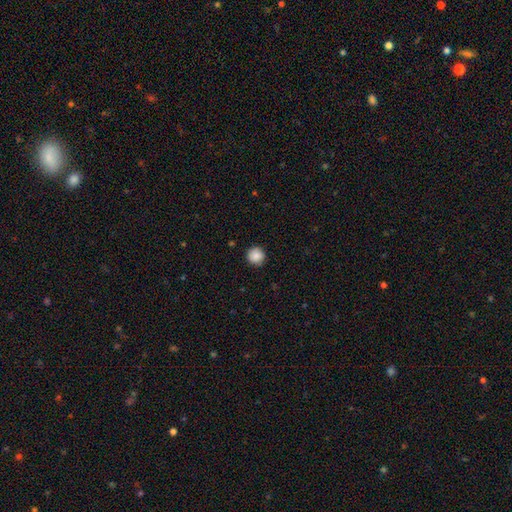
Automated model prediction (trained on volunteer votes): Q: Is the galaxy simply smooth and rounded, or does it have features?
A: smooth — 87%.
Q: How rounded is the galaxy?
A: round — 94%.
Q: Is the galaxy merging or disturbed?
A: none — 88%.